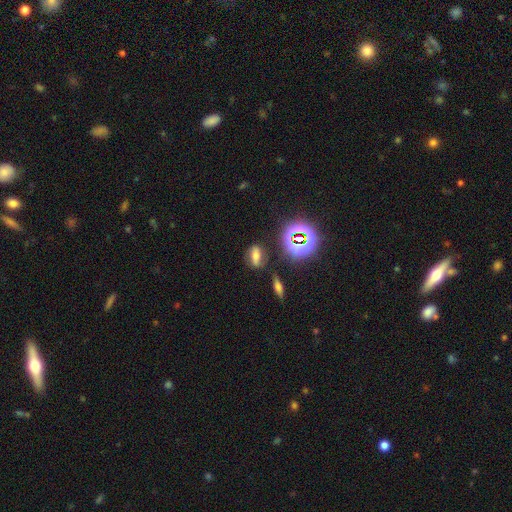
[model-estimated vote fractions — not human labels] This is marginally a smooth galaxy (44%). Merging: likely none (74%).